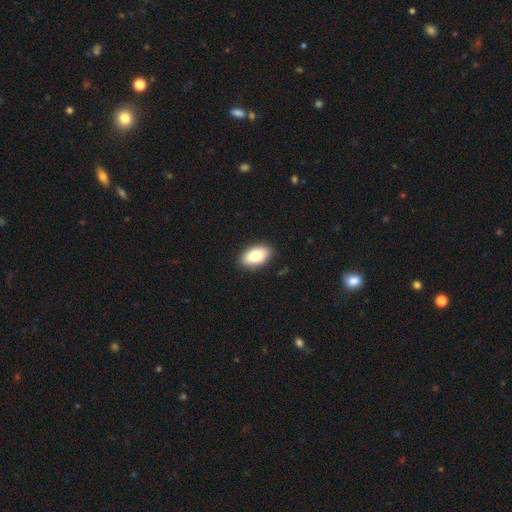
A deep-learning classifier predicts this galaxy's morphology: smooth_or_featured: smooth (p=0.80) [alt: featured or disk p=0.13]
how_rounded: in between (p=0.93) [alt: round p=0.05]
merging: none (p=0.89) [alt: minor disturbance p=0.08]